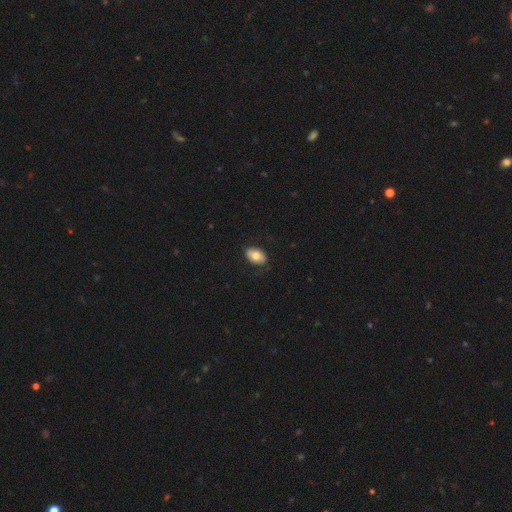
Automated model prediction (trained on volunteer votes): smooth_or_featured: smooth (p=0.74) [alt: featured or disk p=0.20]
how_rounded: in between (p=0.89) [alt: round p=0.10]
merging: none (p=0.81) [alt: minor disturbance p=0.14]